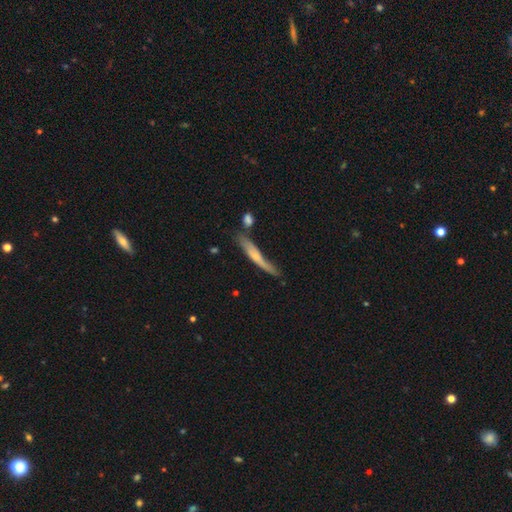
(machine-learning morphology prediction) smooth_or_featured: smooth (p=0.52) [alt: featured or disk p=0.42]
how_rounded: cigar-shaped (p=0.92) [alt: in between p=0.06]
merging: none (p=0.54) [alt: minor disturbance p=0.26]